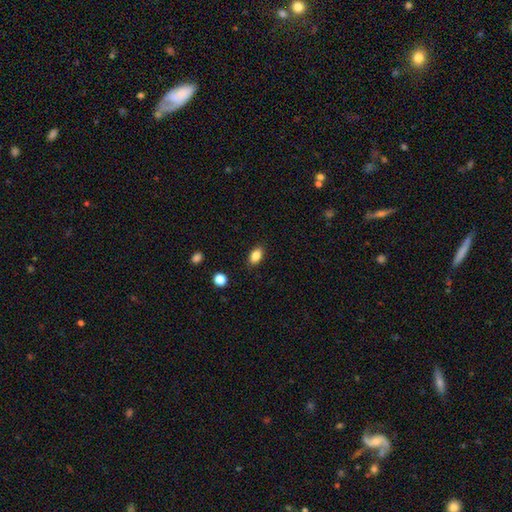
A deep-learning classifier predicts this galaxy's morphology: Smooth or featured? smooth (86%)
How rounded? in between (87%)
Merging? none (88%)